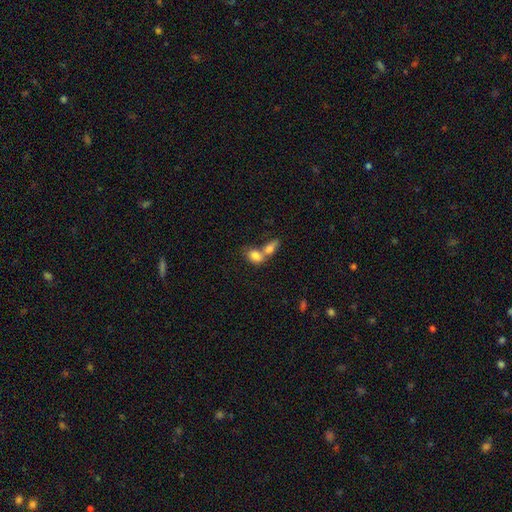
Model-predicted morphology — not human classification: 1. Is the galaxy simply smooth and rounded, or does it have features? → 80% smooth, 12% featured or disk, 8% star or artifact.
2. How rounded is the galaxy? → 77% in between, 21% round, 2% cigar-shaped.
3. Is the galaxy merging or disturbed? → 67% merger, 23% none, 7% minor disturbance, 4% major disturbance.